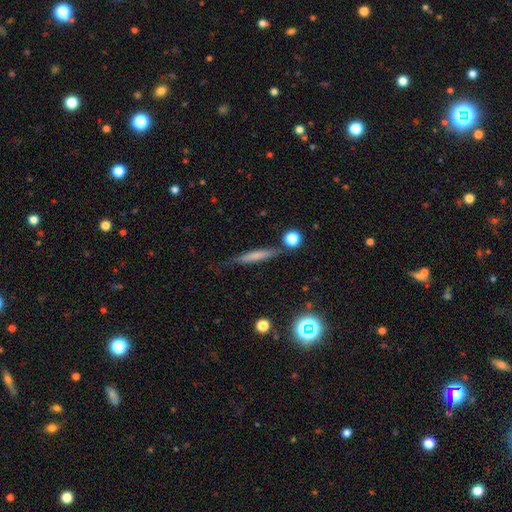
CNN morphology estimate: Overall: smooth (62%; featured or disk 30%). How rounded: cigar-shaped (90%). Merging: none (75%).